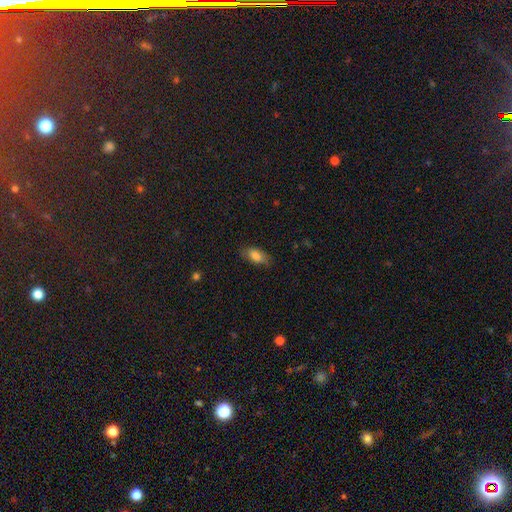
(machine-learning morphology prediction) Smooth or featured? Predicted: smooth (p=0.79). How rounded? Predicted: in between (p=0.87). Merging? Predicted: none (p=0.77).